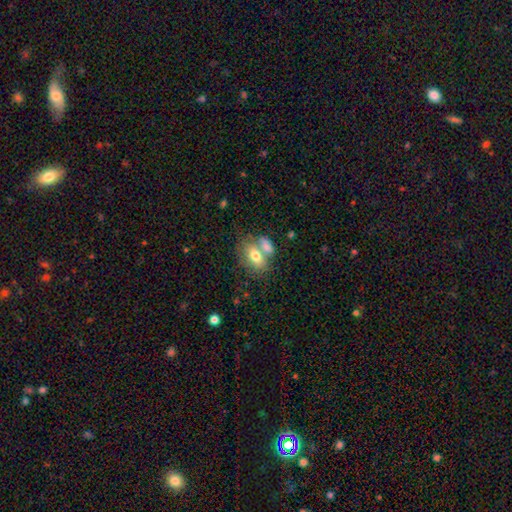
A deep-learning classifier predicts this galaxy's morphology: Smooth or featured? Predicted: smooth (p=0.71). How rounded? Predicted: in between (p=0.84). Merging? Predicted: merger (p=0.46).